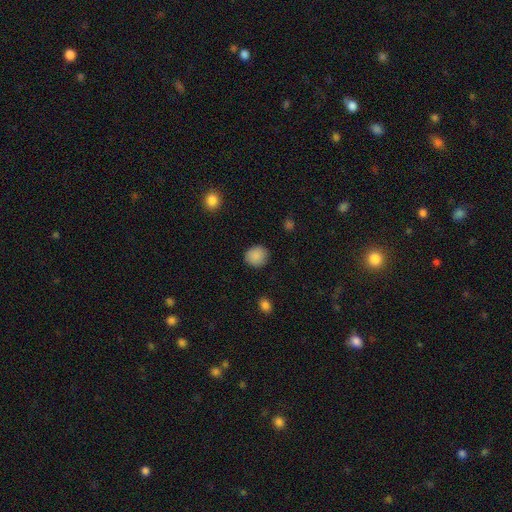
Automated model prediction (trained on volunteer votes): A smooth galaxy with no disk features (89%) that is round (88%). Merging: none (89%).